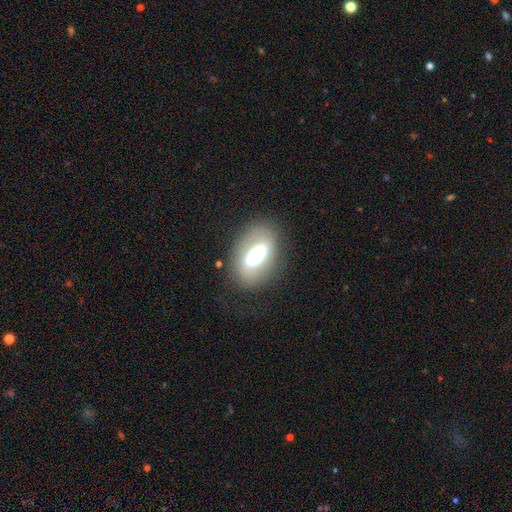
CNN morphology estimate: A smooth galaxy with no disk features (47%).

Vote fractions:
- Smooth or featured? smooth: 47% / featured or disk: 43% / star or artifact: 10%
- Merging? none: 70% / minor disturbance: 16% / major disturbance: 9% / merger: 5%